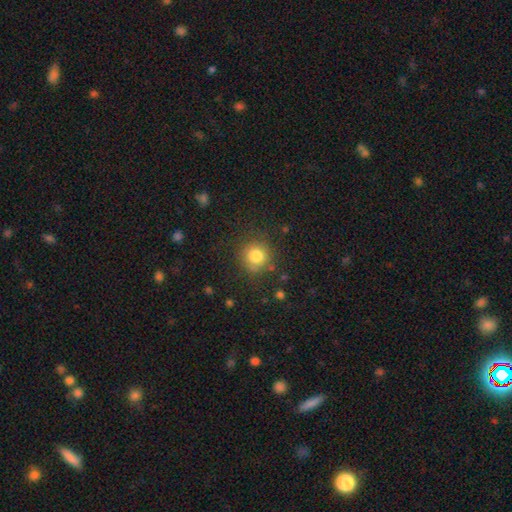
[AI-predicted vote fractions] This is clearly a smooth galaxy (81%). How rounded: clearly round (91%). Merging: likely none (80%).